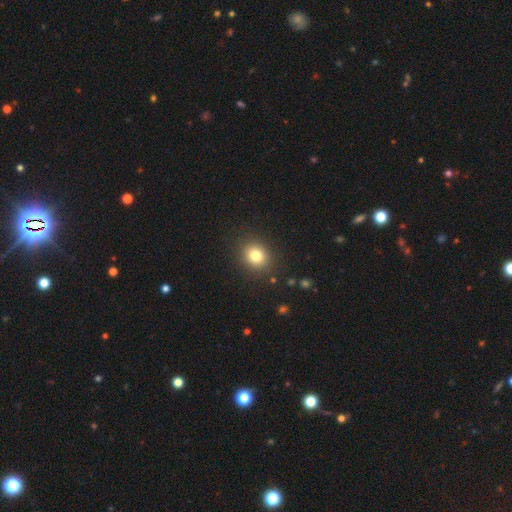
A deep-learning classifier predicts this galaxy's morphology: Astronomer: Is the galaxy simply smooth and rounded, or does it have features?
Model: smooth — 81%.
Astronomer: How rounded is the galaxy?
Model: round — 71%.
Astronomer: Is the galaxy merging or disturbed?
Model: none — 88%.